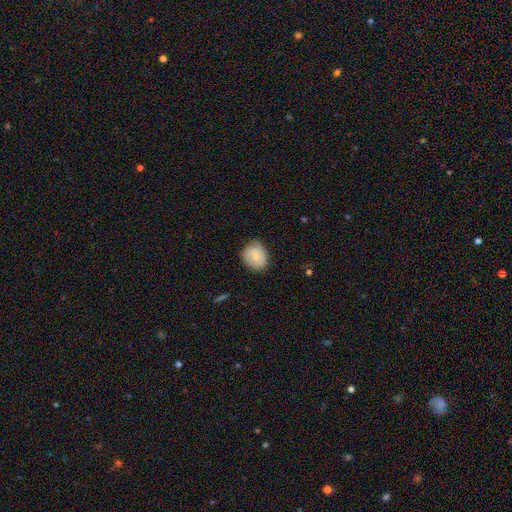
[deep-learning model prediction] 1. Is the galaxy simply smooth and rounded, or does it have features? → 63% smooth, 29% featured or disk, 7% star or artifact.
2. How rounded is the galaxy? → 61% round, 38% in between, 1% cigar-shaped.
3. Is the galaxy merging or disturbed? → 66% none, 27% minor disturbance, 6% major disturbance, 1% merger.